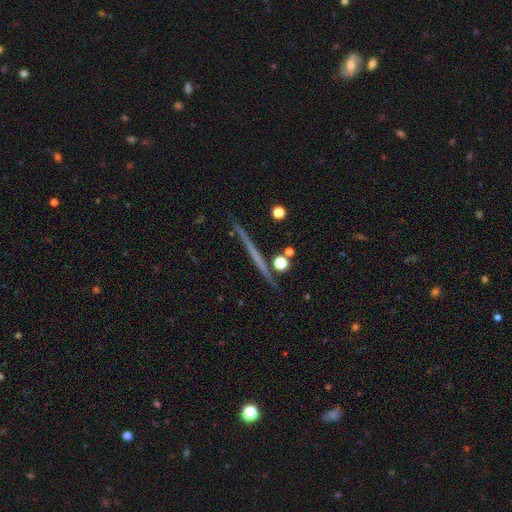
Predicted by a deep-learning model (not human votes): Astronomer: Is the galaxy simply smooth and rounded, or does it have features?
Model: featured or disk — 61%.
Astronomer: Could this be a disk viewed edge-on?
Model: yes — 97%.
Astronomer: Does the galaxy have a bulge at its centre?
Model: none — 86%.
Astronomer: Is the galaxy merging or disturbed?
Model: none — 89%.